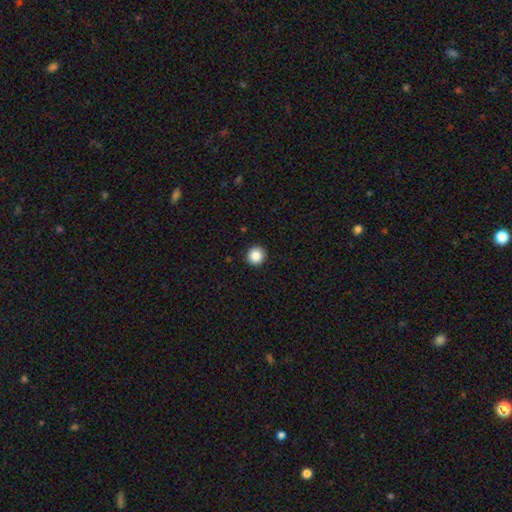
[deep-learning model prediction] This is clearly a smooth galaxy (87%). How rounded: clearly round (96%). Merging: clearly none (94%).